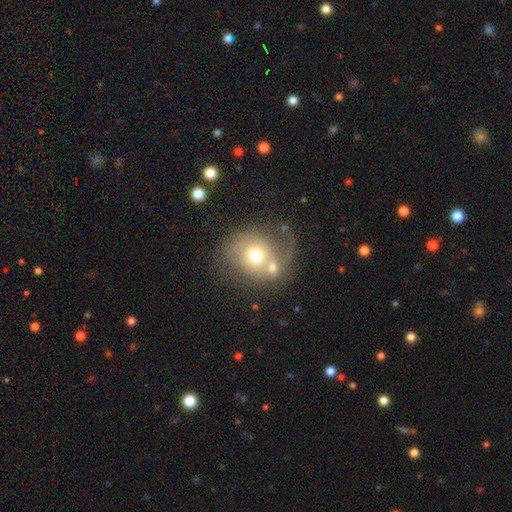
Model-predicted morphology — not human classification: type=smooth (50%); roundness=round (69%); merging=merger (34%).